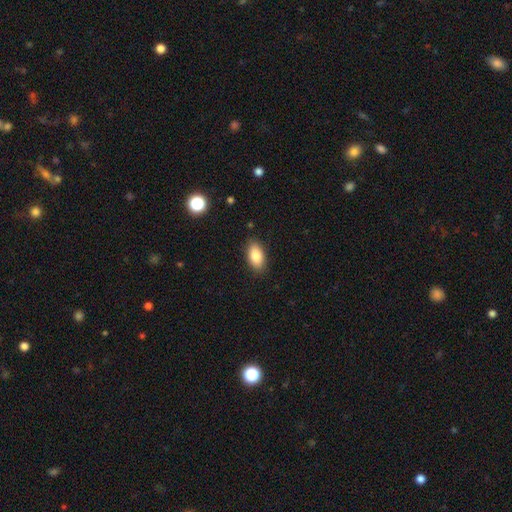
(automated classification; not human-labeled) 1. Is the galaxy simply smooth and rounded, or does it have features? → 86% smooth, 7% star or artifact, 6% featured or disk.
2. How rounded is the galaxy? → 92% in between, 5% round, 3% cigar-shaped.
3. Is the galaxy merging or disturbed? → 87% none, 10% minor disturbance, 2% major disturbance, 1% merger.